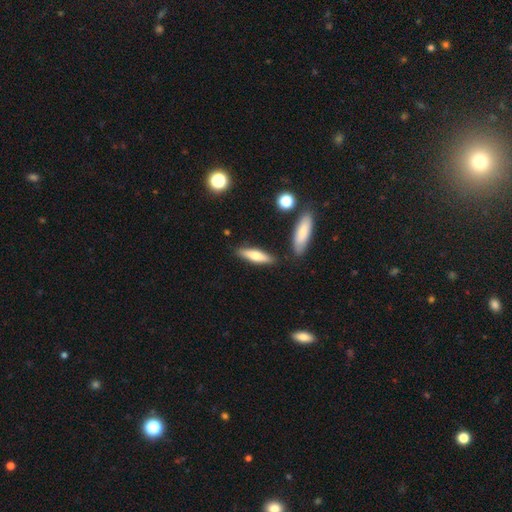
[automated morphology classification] The model was most divided on "smooth or featured": smooth: 63%, featured or disk: 31%, star or artifact: 6%. More confident: merging — none (83%); how rounded — cigar-shaped (67%).